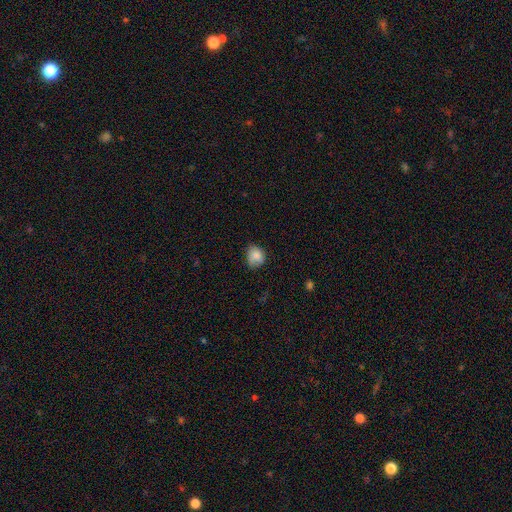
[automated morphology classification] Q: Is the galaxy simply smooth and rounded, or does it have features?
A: smooth — 83%.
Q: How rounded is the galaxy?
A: round — 61%.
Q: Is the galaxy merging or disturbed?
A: none — 61%.